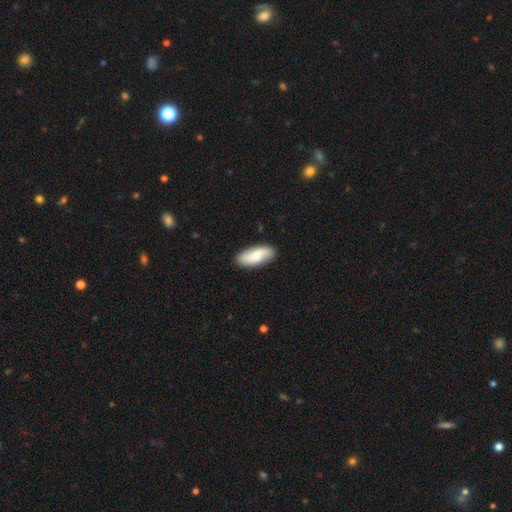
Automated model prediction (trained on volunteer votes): This appears to be a smooth galaxy with no disk features (69%) that is in between round and cigar-shaped (81%). Merging: none (86%).